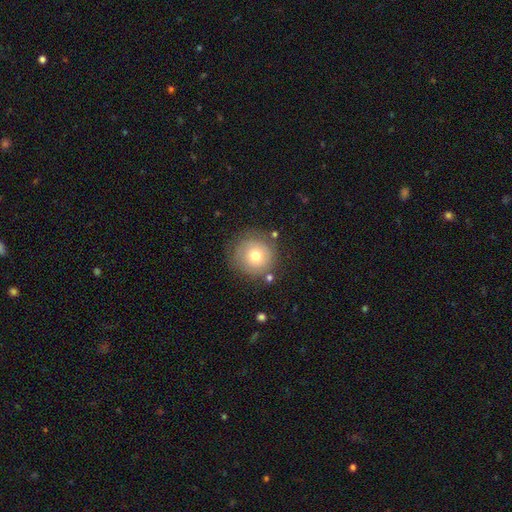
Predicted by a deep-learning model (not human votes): Smooth or featured? smooth (72%)
How rounded? round (94%)
Merging? none (77%)